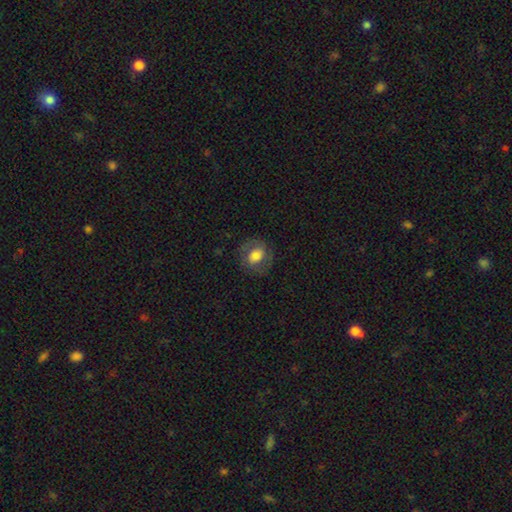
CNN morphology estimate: The model was most divided on "how rounded": round: 54%, in between: 45%, cigar-shaped: 1%. More confident: merging — none (75%); smooth or featured — smooth (57%).